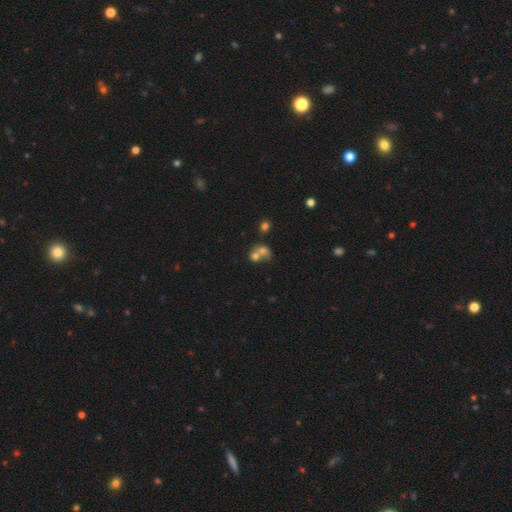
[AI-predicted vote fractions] smooth-or-featured: smooth: 67% | featured or disk: 20% | star or artifact: 14%
  how-rounded: round: 62% | in between: 37% | cigar-shaped: 1%
  merging: merger: 68% | none: 22% | minor disturbance: 6% | major disturbance: 4%